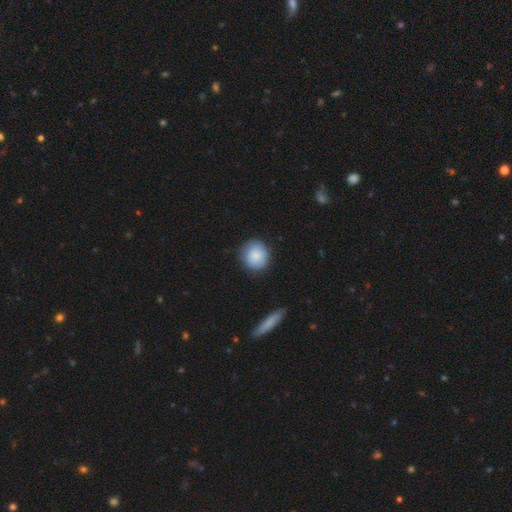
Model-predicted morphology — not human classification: Smooth or featured?
  - smooth: 86% *
  - featured or disk: 8%
  - star or artifact: 6%
How rounded?
  - round: 87% *
  - in between: 12%
  - cigar-shaped: 1%
Merging?
  - none: 82% *
  - minor disturbance: 14%
  - major disturbance: 3%
  - merger: 1%